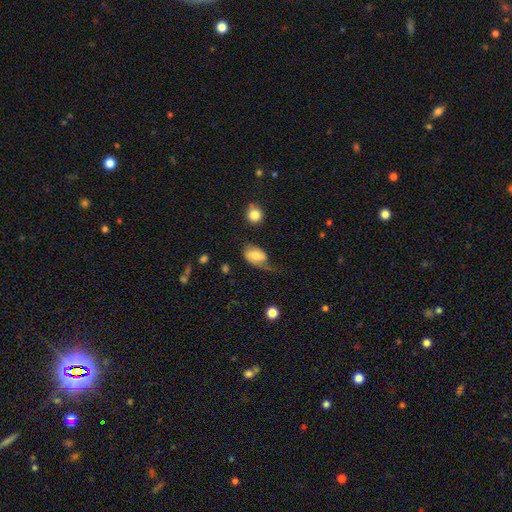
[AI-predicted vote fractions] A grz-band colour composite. It shows a smooth galaxy with no disk features (59%) that is in between round and cigar-shaped (84%). Merging: major disturbance (33%).